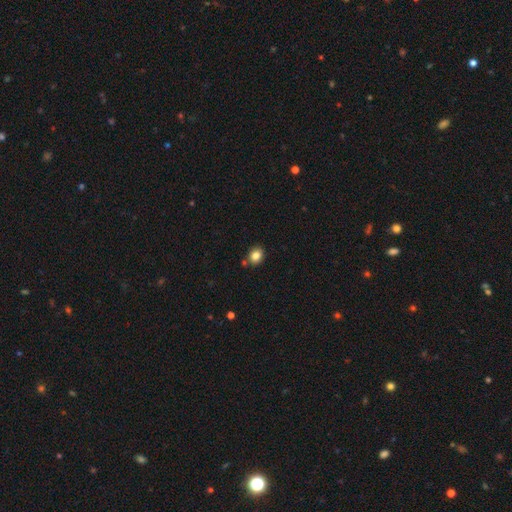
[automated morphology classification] The model was most divided on "how rounded": round: 61%, in between: 38%, cigar-shaped: 1%. More confident: smooth or featured — smooth (83%); merging — none (81%).